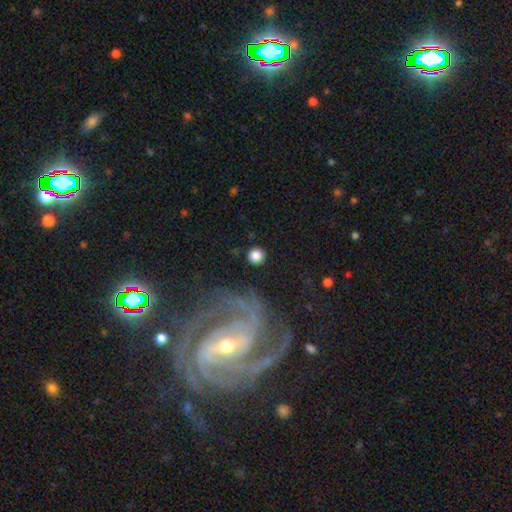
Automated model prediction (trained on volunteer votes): Q: Smooth or featured?
A: smooth (83%); runner-up: star or artifact (10%)
Q: How rounded?
A: round (95%); runner-up: in between (4%)
Q: Merging?
A: none (90%); runner-up: minor disturbance (5%)